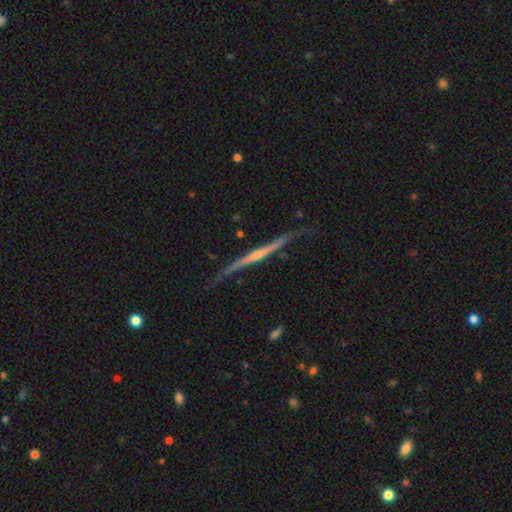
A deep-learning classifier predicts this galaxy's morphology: The model was most divided on "edge-on bulge": rounded: 67%, none: 26%, boxy: 7%. More confident: edge-on disk — yes (98%); merging — none (84%); smooth or featured — featured or disk (83%).